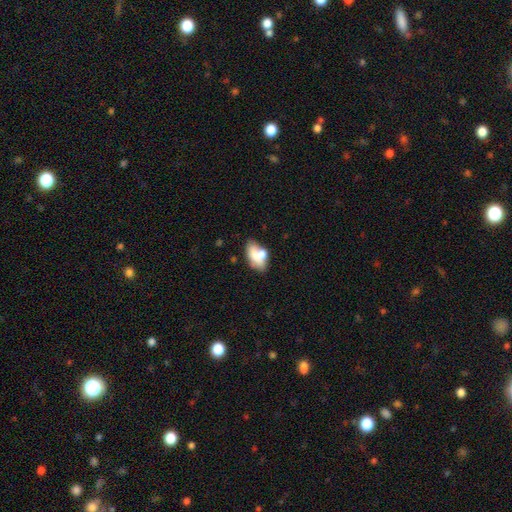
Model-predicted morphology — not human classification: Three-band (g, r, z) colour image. It shows a smooth galaxy with no disk features (67%) that is in between round and cigar-shaped (89%). Merging: none (44%).